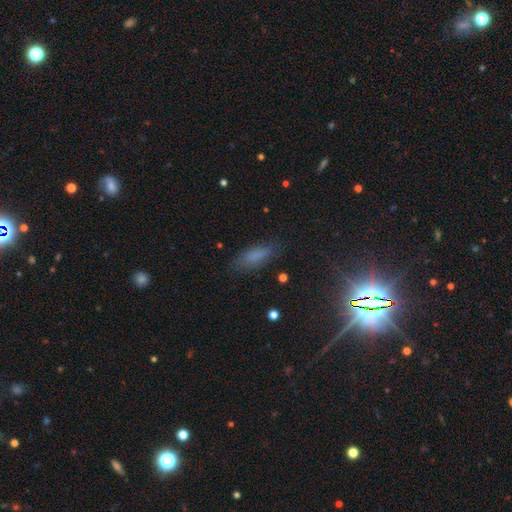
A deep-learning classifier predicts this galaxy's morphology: smooth-or-featured: smooth: 70% | star or artifact: 17% | featured or disk: 13%
  how-rounded: in between: 65% | cigar-shaped: 33% | round: 3%
  merging: none: 76% | minor disturbance: 17% | major disturbance: 5% | merger: 2%